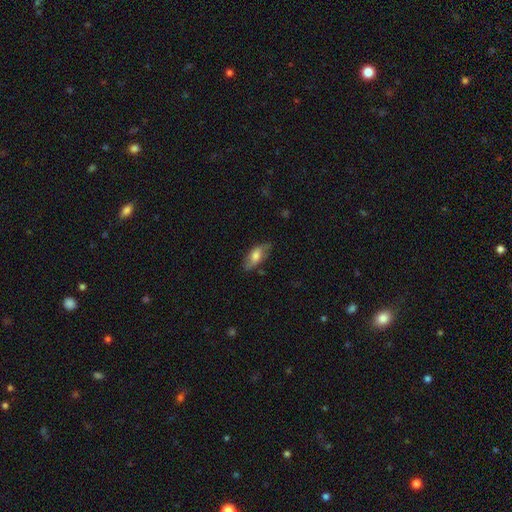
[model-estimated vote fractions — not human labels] Smooth or featured? Predicted: smooth (p=0.63). How rounded? Predicted: in between (p=0.81). Merging? Predicted: none (p=0.75).